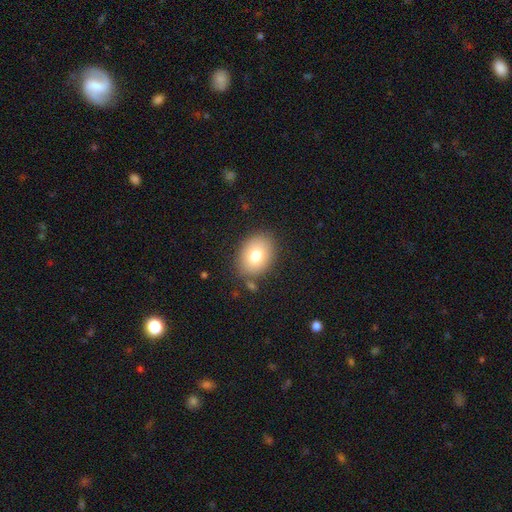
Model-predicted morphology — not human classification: Smooth or featured?
  - smooth: 77% *
  - featured or disk: 14%
  - star or artifact: 9%
How rounded?
  - in between: 68% *
  - round: 32%
  - cigar-shaped: 1%
Merging?
  - none: 83% *
  - minor disturbance: 11%
  - major disturbance: 3%
  - merger: 3%